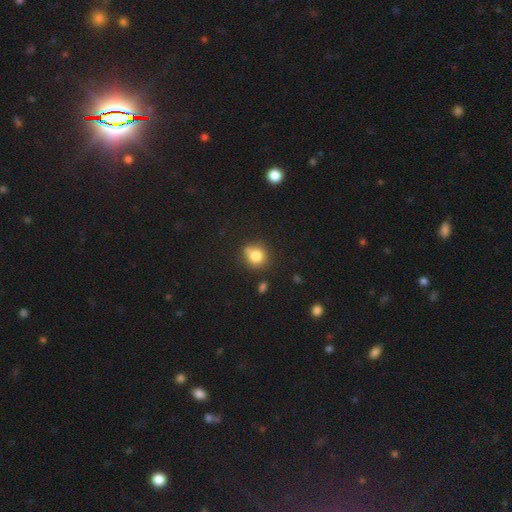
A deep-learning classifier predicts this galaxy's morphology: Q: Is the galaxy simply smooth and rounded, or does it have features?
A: smooth — 80%.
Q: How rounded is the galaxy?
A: round — 86%.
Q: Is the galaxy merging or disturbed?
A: none — 66%.